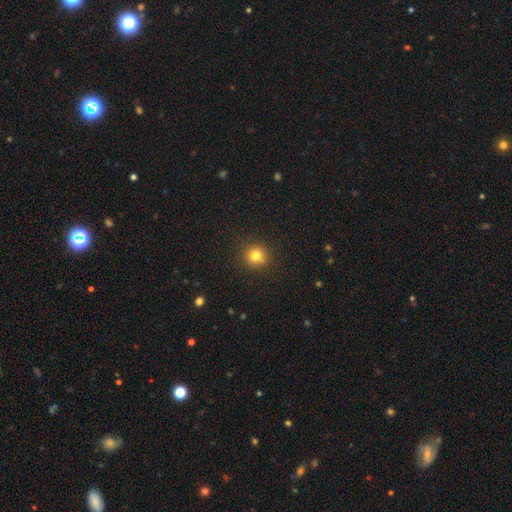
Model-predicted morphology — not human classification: smooth 79%, star or artifact 14%, featured or disk 7%. Down the decision tree: how rounded — round (92%); merging — none (85%).